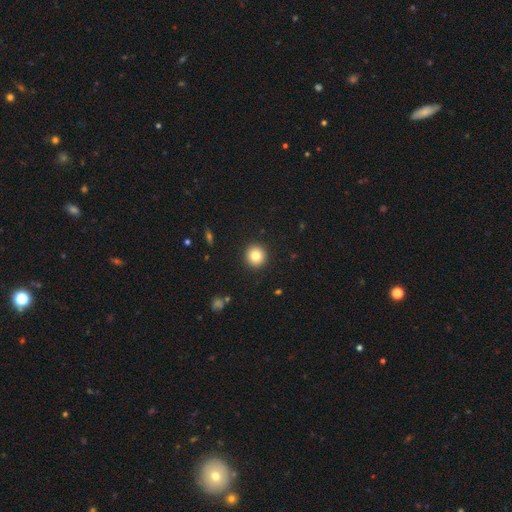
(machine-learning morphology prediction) Smooth or featured? Predicted: smooth (p=0.81). How rounded? Predicted: round (p=0.94). Merging? Predicted: none (p=0.93).